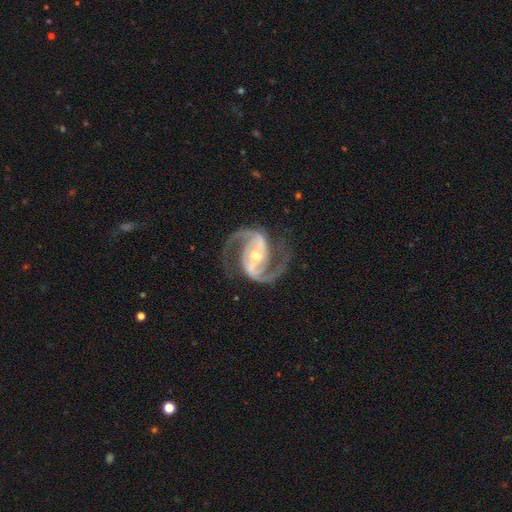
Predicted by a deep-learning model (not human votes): smooth-or-featured: featured or disk: 93% | star or artifact: 4% | smooth: 2%
  disk-edge-on: no: 98% | yes: 2%
    bar: strong: 43% | weak: 35% | no: 22%
    has-spiral-arms: yes: 99% | no: 1%
      spiral-winding: medium: 66% | tight: 19% | loose: 15%
      spiral-arm-count: 2: 94% | 3: 1% | can't tell: 1% | 1: 1% | 4: 1% | more than 4: 1%
    bulge-size: moderate: 51% | small: 43% | large: 3% | none: 1% | dominant: 1%
  merging: none: 81% | minor disturbance: 12% | major disturbance: 6% | merger: 1%